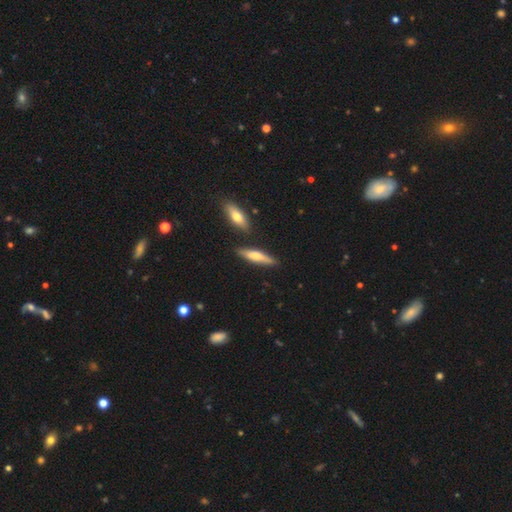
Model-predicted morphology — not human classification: smooth_or_featured: smooth (p=0.61) [alt: featured or disk p=0.33]
how_rounded: cigar-shaped (p=0.77) [alt: in between p=0.21]
merging: none (p=0.81) [alt: minor disturbance p=0.11]